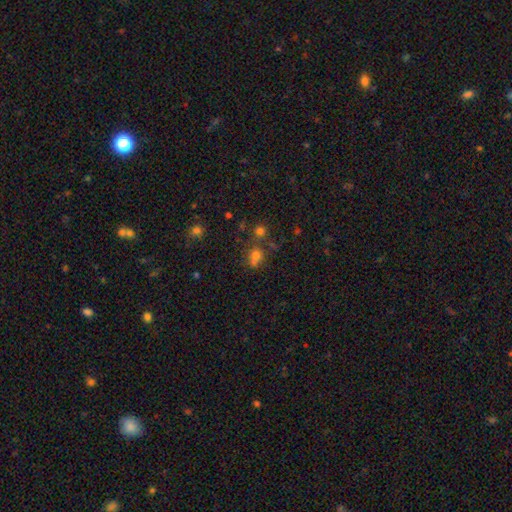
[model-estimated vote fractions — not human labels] Smooth or featured?
  - smooth: 69% *
  - star or artifact: 21%
  - featured or disk: 11%
How rounded?
  - round: 77% *
  - in between: 22%
  - cigar-shaped: 1%
Merging?
  - none: 52% *
  - merger: 30%
  - minor disturbance: 12%
  - major disturbance: 6%